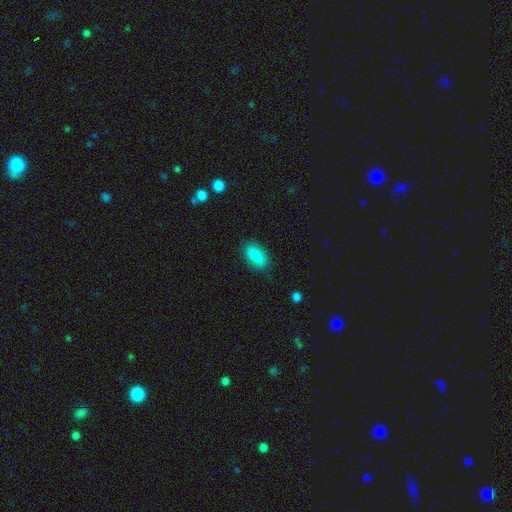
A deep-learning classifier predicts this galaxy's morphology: Smooth or featured?
  - smooth: 84% *
  - featured or disk: 9%
  - star or artifact: 7%
How rounded?
  - in between: 84% *
  - cigar-shaped: 12%
  - round: 4%
Merging?
  - none: 84% *
  - minor disturbance: 12%
  - major disturbance: 3%
  - merger: 1%